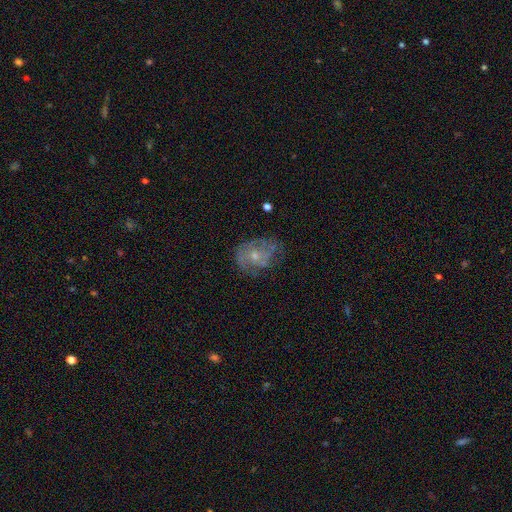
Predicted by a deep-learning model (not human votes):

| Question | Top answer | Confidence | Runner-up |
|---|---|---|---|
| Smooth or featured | featured or disk | 64% | smooth (27%) |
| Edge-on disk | no | 97% | yes (3%) |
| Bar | no | 81% | weak (17%) |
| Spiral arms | yes | 67% | no (33%) |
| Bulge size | small | 58% | moderate (37%) |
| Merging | none | 56% | minor disturbance (25%) |